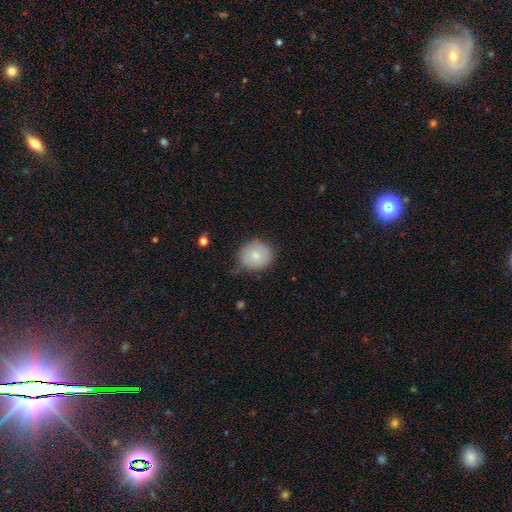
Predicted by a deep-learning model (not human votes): Q: Smooth or featured?
A: smooth (78%); runner-up: featured or disk (15%)
Q: How rounded?
A: round (85%); runner-up: in between (14%)
Q: Merging?
A: none (73%); runner-up: minor disturbance (21%)